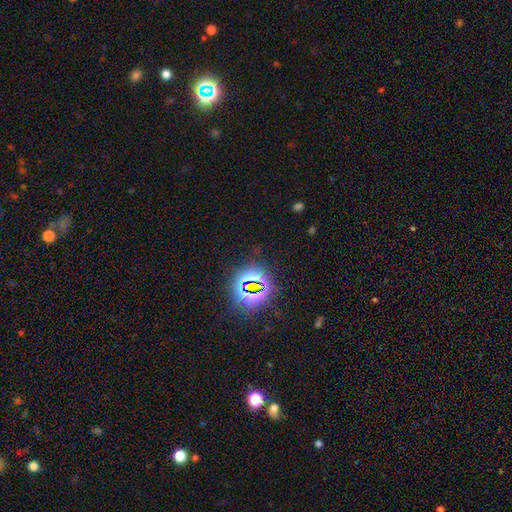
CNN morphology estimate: A star or artifact, not a galaxy (79%).

Vote fractions:
- Smooth or featured? star or artifact: 79% / smooth: 13% / featured or disk: 8%